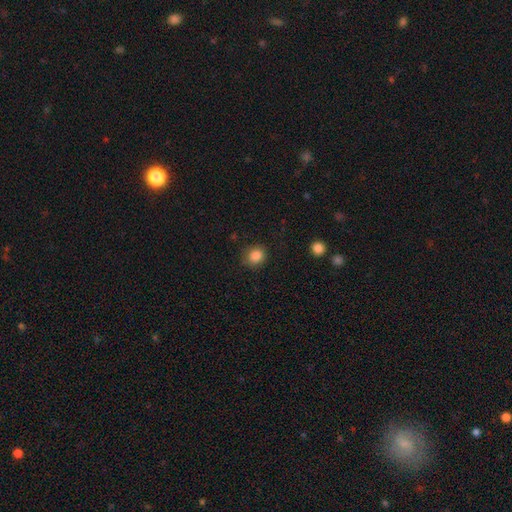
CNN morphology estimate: smooth 86%, star or artifact 10%, featured or disk 4%. Down the decision tree: how rounded — round (80%); merging — none (82%).